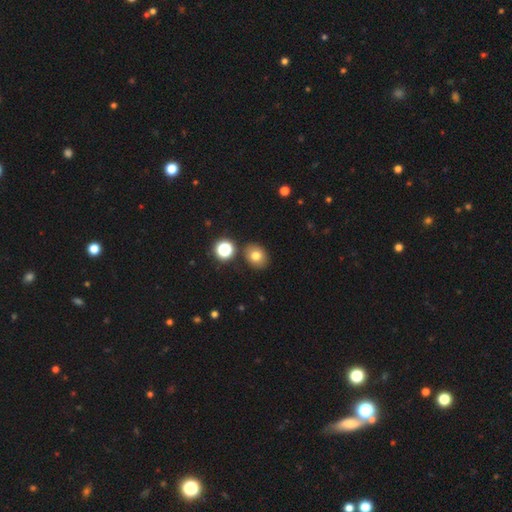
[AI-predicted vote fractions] smooth_or_featured: smooth (p=0.77) [alt: star or artifact p=0.13]
how_rounded: round (p=0.55) [alt: in between p=0.44]
merging: none (p=0.84) [alt: minor disturbance p=0.08]